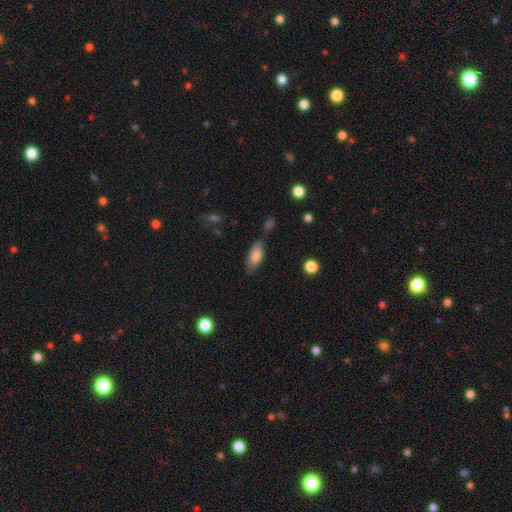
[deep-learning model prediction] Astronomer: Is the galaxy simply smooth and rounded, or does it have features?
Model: smooth — 79%.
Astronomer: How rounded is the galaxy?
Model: in between — 84%.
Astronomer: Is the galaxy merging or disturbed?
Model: none — 69%.